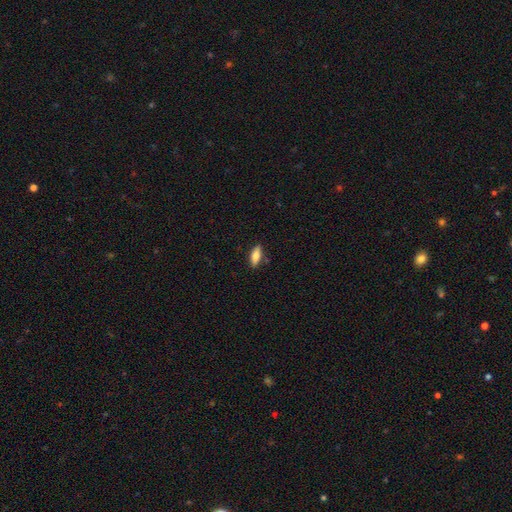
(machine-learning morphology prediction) Smooth or featured? smooth (76%)
How rounded? in between (70%)
Merging? none (84%)